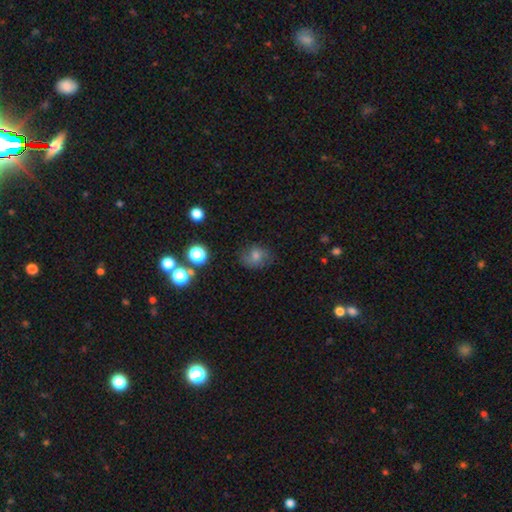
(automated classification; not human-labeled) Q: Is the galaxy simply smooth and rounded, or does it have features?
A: smooth — 57%.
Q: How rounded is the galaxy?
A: round — 56%.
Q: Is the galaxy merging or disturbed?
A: none — 70%.